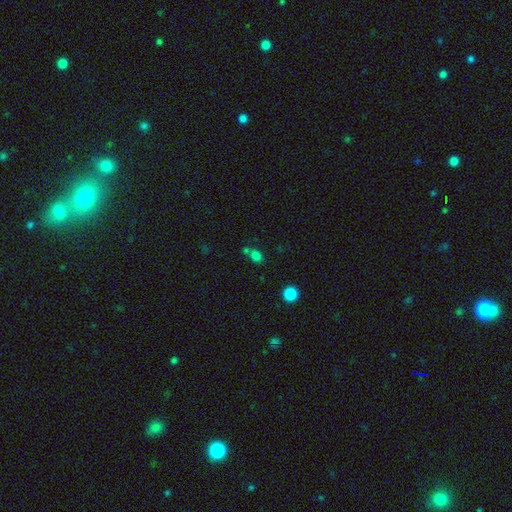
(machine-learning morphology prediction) smooth-or-featured: smooth: 76% | star or artifact: 17% | featured or disk: 7%
  how-rounded: in between: 51% | round: 48% | cigar-shaped: 2%
  merging: none: 54% | merger: 31% | minor disturbance: 11% | major disturbance: 4%